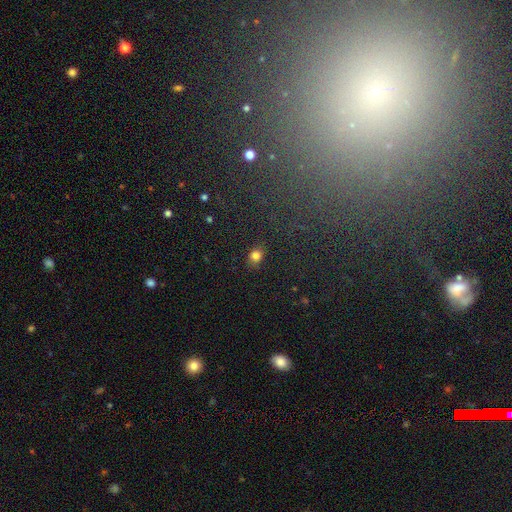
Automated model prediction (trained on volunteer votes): smooth_or_featured: smooth (p=0.79) [alt: star or artifact p=0.14]
how_rounded: in between (p=0.50) [alt: round p=0.48]
merging: none (p=0.85) [alt: minor disturbance p=0.11]